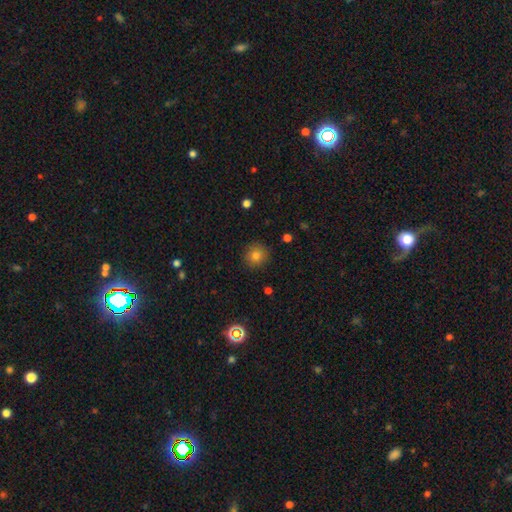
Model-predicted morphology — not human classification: A smooth galaxy with no disk features (80%) that is round (92%). Merging: none (90%).